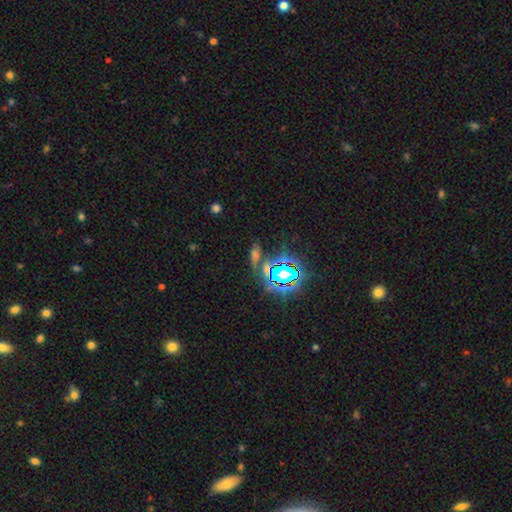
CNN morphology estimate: Q: Smooth or featured?
A: star or artifact (62%); runner-up: smooth (23%)